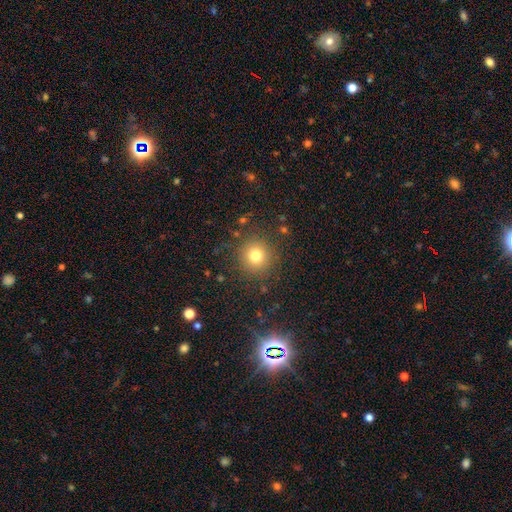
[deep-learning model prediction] This appears to be a smooth galaxy with no disk features (77%) that is round (94%). Merging: none (88%).